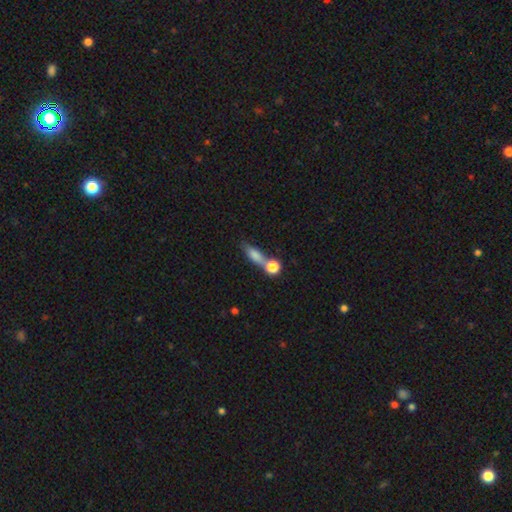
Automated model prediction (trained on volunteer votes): Smooth or featured?
  - smooth: 71% *
  - featured or disk: 18%
  - star or artifact: 11%
How rounded?
  - in between: 45% *
  - cigar-shaped: 41%
  - round: 14%
Merging?
  - none: 46% *
  - merger: 34%
  - minor disturbance: 13%
  - major disturbance: 7%